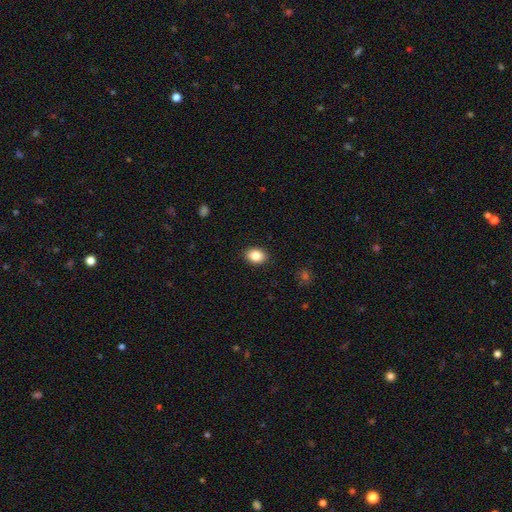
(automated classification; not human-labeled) Smooth or featured: smooth — 85% (star or artifact — 9%)
How rounded: in between — 60% (round — 39%)
Merging: none — 90% (minor disturbance — 7%)